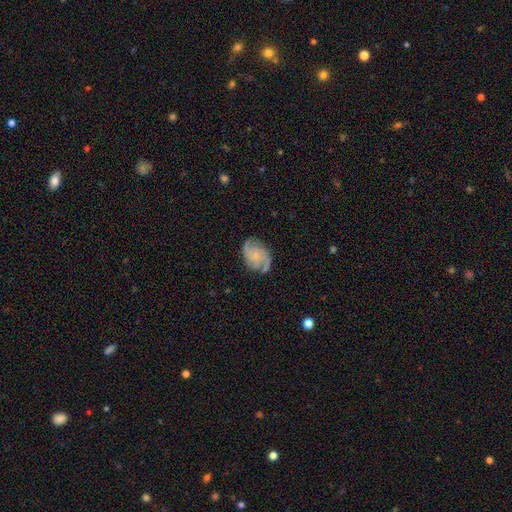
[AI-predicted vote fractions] featured or disk 80%, smooth 14%, star or artifact 7%. Down the decision tree: edge-on disk — no (98%); bar — no (72%); spiral arms — yes (96%); spiral arm count — 2 (52%); spiral winding — medium (45%); bulge size — small (70%); merging — none (71%).